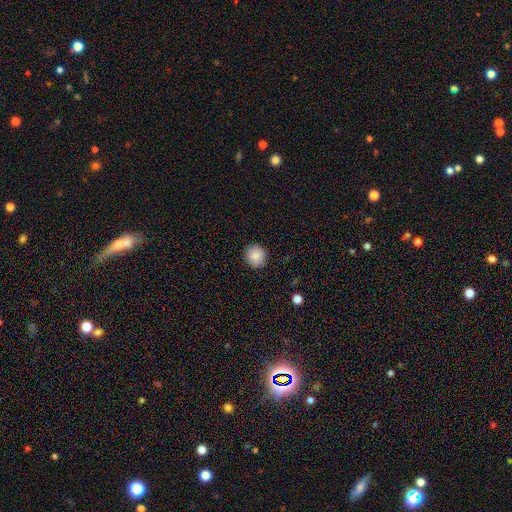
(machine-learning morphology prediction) Q: Smooth or featured?
A: smooth (88%); runner-up: star or artifact (8%)
Q: How rounded?
A: round (91%); runner-up: in between (8%)
Q: Merging?
A: none (90%); runner-up: minor disturbance (7%)